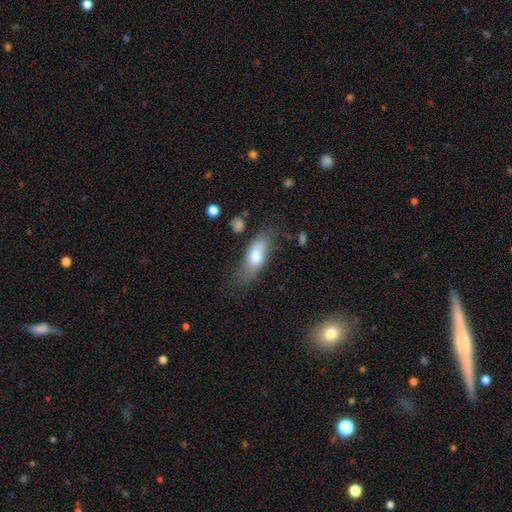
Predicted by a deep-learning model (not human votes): smooth-or-featured: smooth: 70% | featured or disk: 22% | star or artifact: 7%
  how-rounded: in between: 71% | cigar-shaped: 26% | round: 4%
  merging: none: 61% | minor disturbance: 26% | major disturbance: 10% | merger: 4%